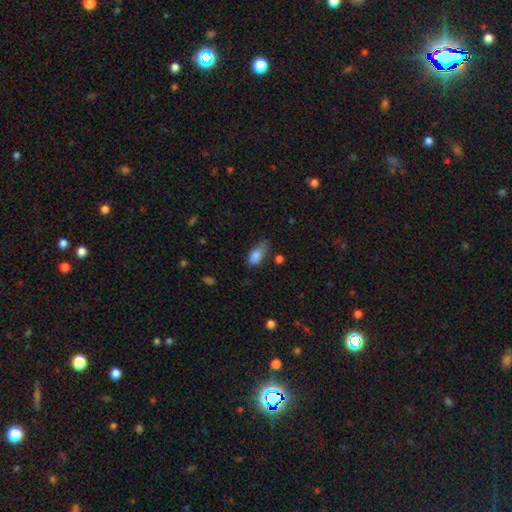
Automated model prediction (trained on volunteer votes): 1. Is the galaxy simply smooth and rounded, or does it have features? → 83% smooth, 9% featured or disk, 8% star or artifact.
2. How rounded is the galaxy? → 87% in between, 9% cigar-shaped, 4% round.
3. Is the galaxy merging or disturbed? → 41% minor disturbance, 40% none, 15% major disturbance, 4% merger.